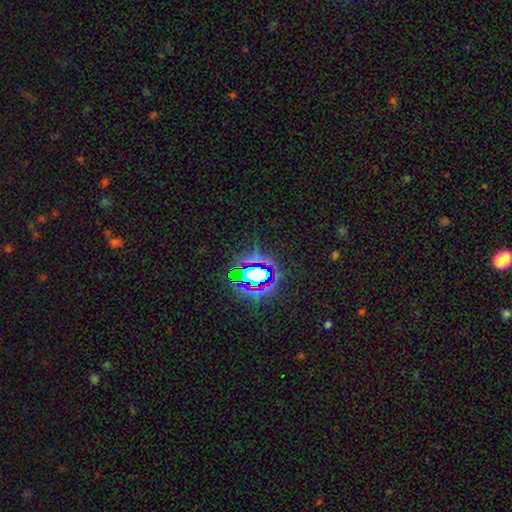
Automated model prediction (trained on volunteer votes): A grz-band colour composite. It shows a star or artifact, not a galaxy (80%).